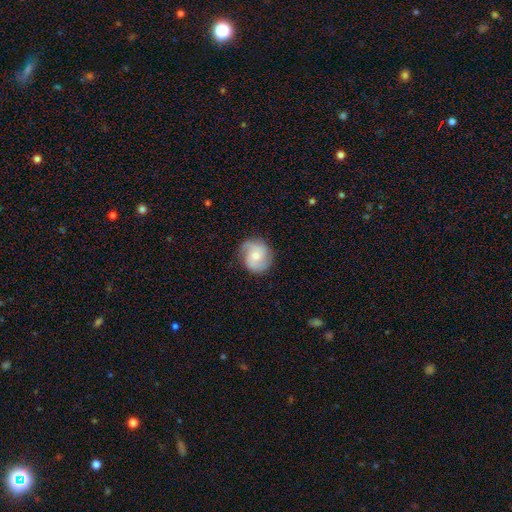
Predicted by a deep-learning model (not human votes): This is likely a featured or disk galaxy (62%). It is clearly not viewed edge-on (98%). Bar: likely no (67%). Spiral arm pattern: clearly yes (92%). Spiral arm count: likely 2 (67%). Spiral winding: marginally medium (44%). Central bulge: possibly moderate (51%). Merging: likely none (73%).